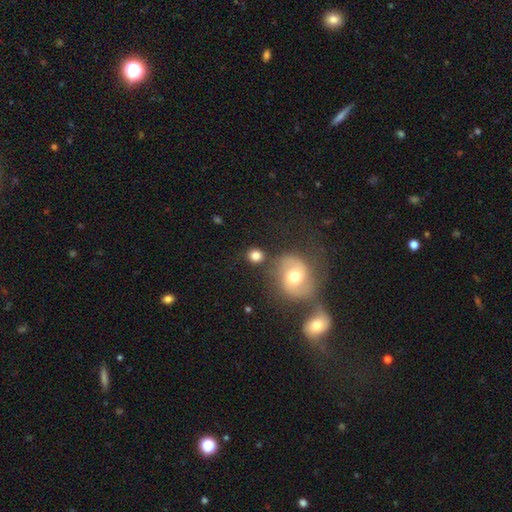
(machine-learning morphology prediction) Smooth or featured? Predicted: smooth (p=0.81). How rounded? Predicted: round (p=0.79). Merging? Predicted: none (p=0.74).